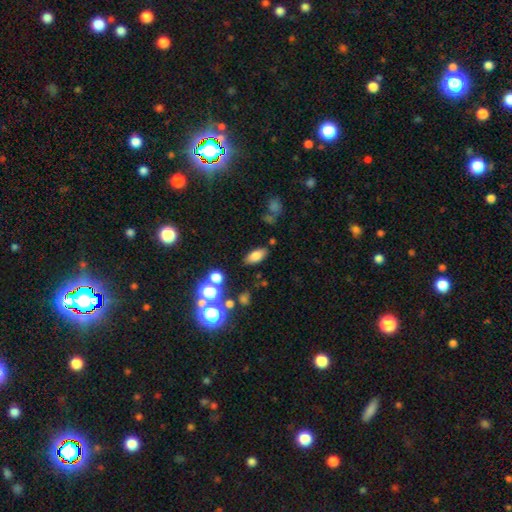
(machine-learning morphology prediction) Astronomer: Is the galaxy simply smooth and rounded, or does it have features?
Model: smooth — 76%.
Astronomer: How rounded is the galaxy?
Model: in between — 85%.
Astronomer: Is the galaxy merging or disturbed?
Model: none — 81%.